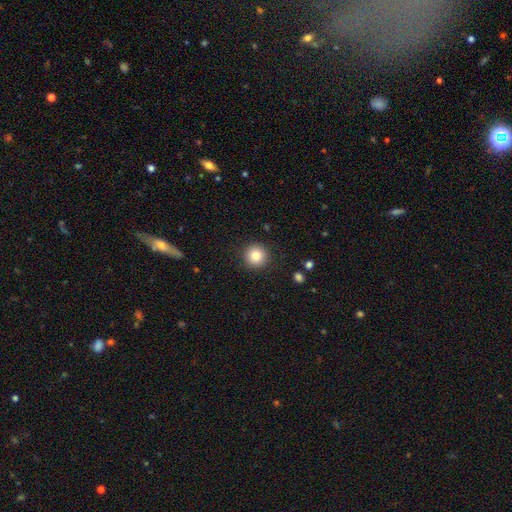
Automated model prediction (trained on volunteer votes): A smooth galaxy with no disk features (82%) that is round (95%).

Vote fractions:
- Smooth or featured? smooth: 82% / star or artifact: 10% / featured or disk: 8%
- How rounded? round: 95% / in between: 4% / cigar-shaped: 1%
- Merging? none: 91% / minor disturbance: 6% / major disturbance: 2% / merger: 1%